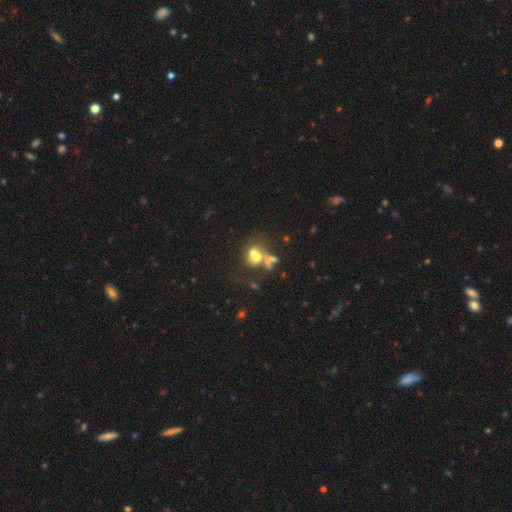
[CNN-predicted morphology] Overall: smooth (50%; featured or disk 31%). Merging: merger (57%; none 24%).